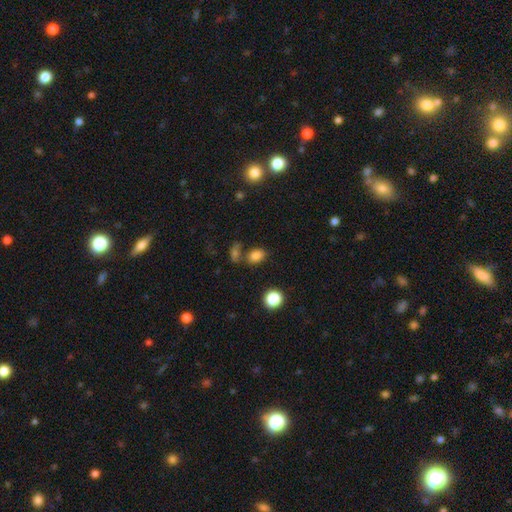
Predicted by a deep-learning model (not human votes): The model was most divided on "merging": none: 63%, merger: 19%, minor disturbance: 13%, major disturbance: 5%. More confident: smooth or featured — smooth (80%); how rounded — in between (74%).